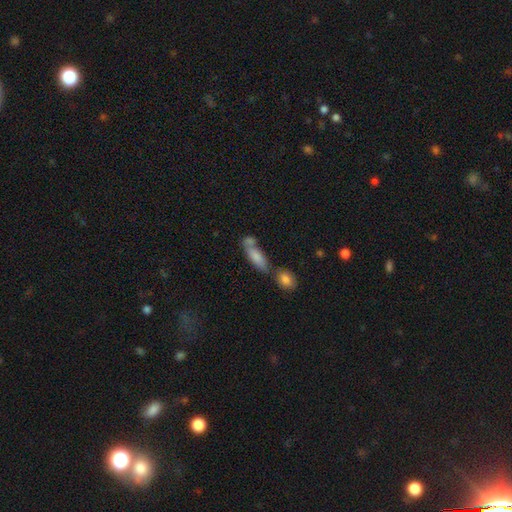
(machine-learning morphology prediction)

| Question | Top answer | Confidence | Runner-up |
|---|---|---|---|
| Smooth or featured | smooth | 78% | featured or disk (14%) |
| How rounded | in between | 58% | cigar-shaped (39%) |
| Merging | none | 44% | merger (36%) |